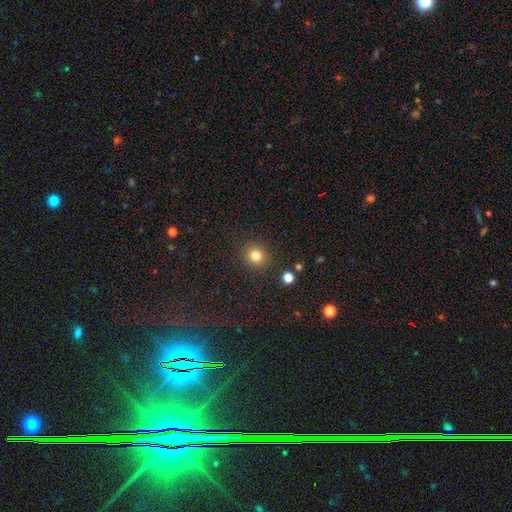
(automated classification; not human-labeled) Smooth or featured: smooth — 81% (star or artifact — 14%)
How rounded: round — 92% (in between — 7%)
Merging: none — 90% (minor disturbance — 6%)